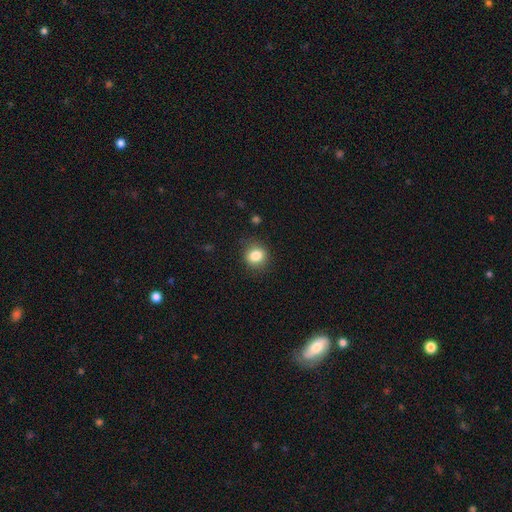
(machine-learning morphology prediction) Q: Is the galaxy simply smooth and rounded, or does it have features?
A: smooth — 84%.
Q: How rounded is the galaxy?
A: round — 75%.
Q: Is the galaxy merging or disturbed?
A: none — 86%.